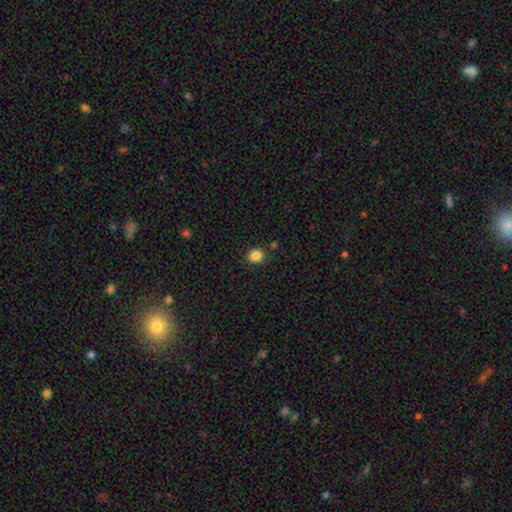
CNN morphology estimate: smooth_or_featured: smooth (p=0.85) [alt: star or artifact p=0.11]
how_rounded: round (p=0.73) [alt: in between p=0.26]
merging: none (p=0.85) [alt: minor disturbance p=0.09]